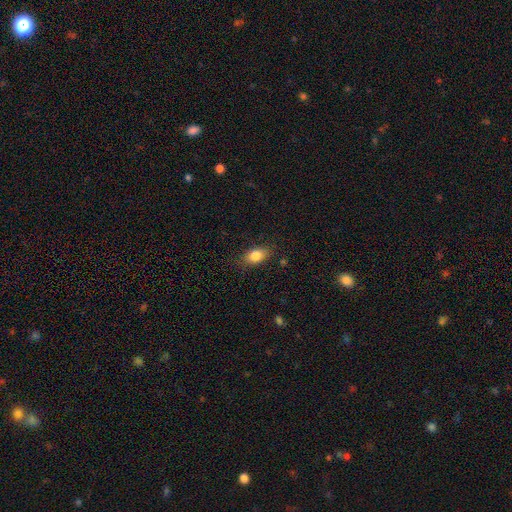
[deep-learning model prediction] A smooth galaxy with no disk features (83%) that is in between round and cigar-shaped (84%). Merging: none (84%).